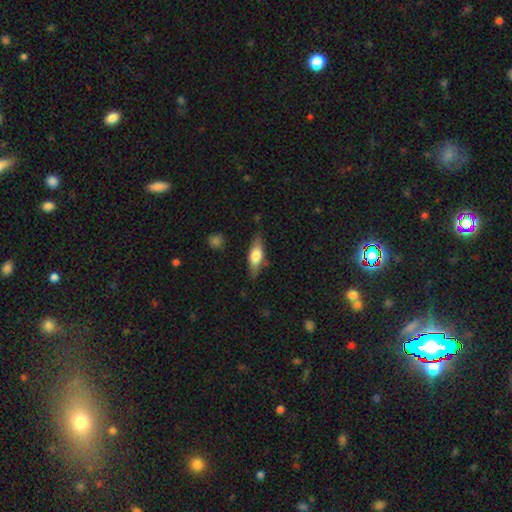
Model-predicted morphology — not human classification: The model was most divided on "how rounded": in between: 63%, cigar-shaped: 34%, round: 3%. More confident: merging — none (80%); smooth or featured — smooth (63%).